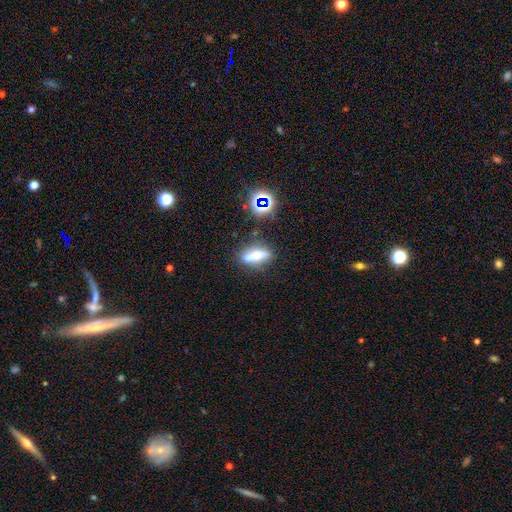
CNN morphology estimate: This appears to be a smooth galaxy with no disk features (46%). Merging: none (73%).